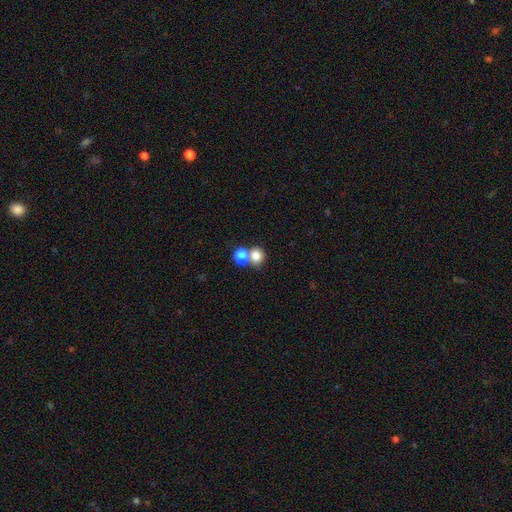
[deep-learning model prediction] Q: Smooth or featured?
A: smooth (80%); runner-up: star or artifact (13%)
Q: How rounded?
A: round (76%); runner-up: in between (24%)
Q: Merging?
A: none (47%); runner-up: merger (43%)